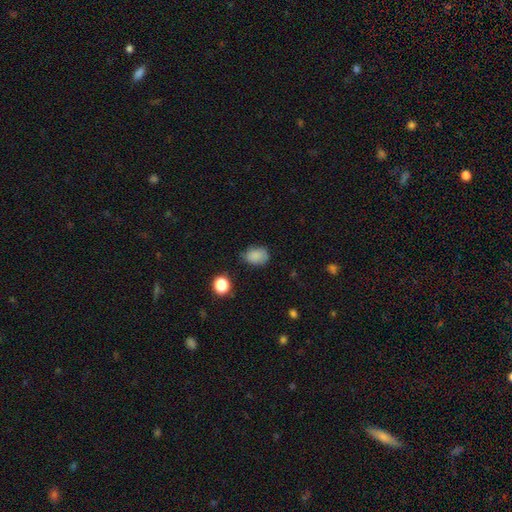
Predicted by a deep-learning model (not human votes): This is clearly a smooth galaxy (84%). How rounded: likely in between (68%). Merging: likely none (64%).